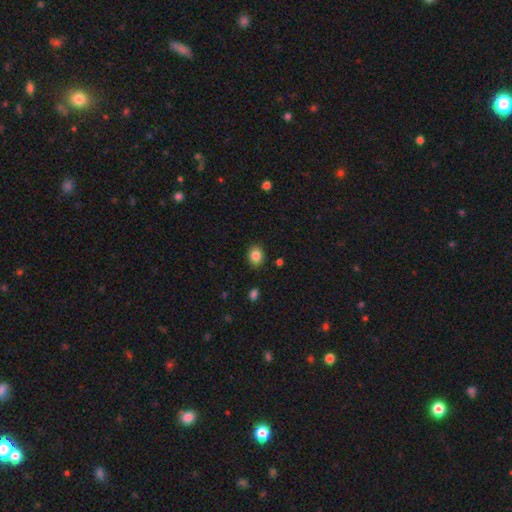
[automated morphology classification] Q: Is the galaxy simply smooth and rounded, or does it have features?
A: smooth — 85%.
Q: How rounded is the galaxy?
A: round — 56%.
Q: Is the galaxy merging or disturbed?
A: none — 88%.